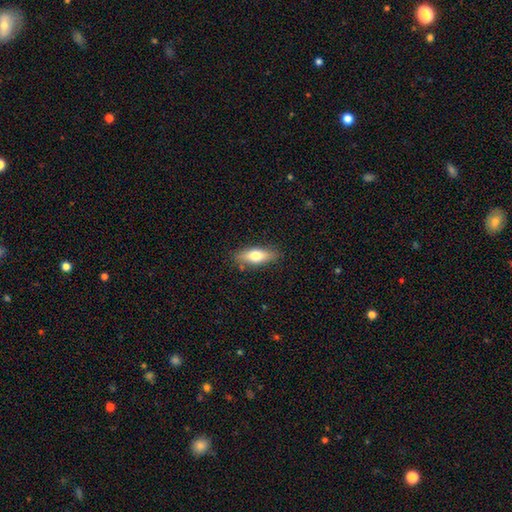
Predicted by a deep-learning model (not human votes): This is likely a smooth galaxy (70%). How rounded: likely in between (66%). Merging: clearly none (84%).